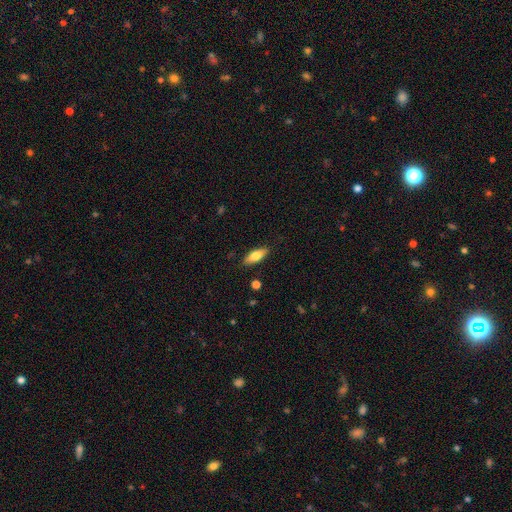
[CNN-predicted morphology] Q: Smooth or featured?
A: smooth (76%); runner-up: featured or disk (18%)
Q: How rounded?
A: in between (71%); runner-up: cigar-shaped (27%)
Q: Merging?
A: none (87%); runner-up: minor disturbance (10%)